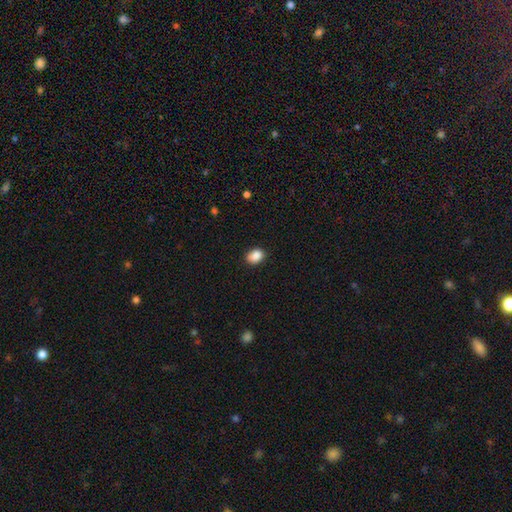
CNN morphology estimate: This is clearly a smooth galaxy (88%). How rounded: likely in between (73%). Merging: clearly none (85%).